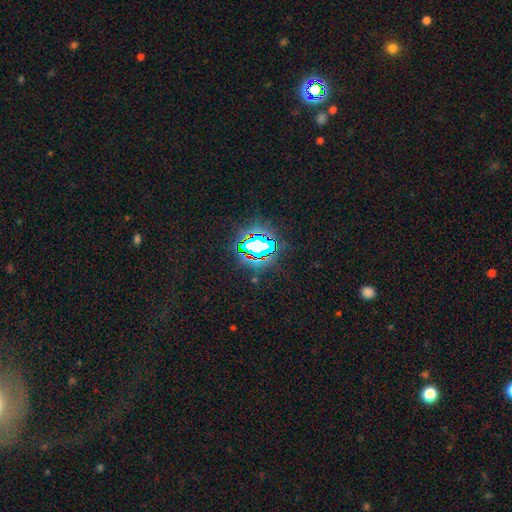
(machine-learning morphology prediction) type=star or artifact (80%).